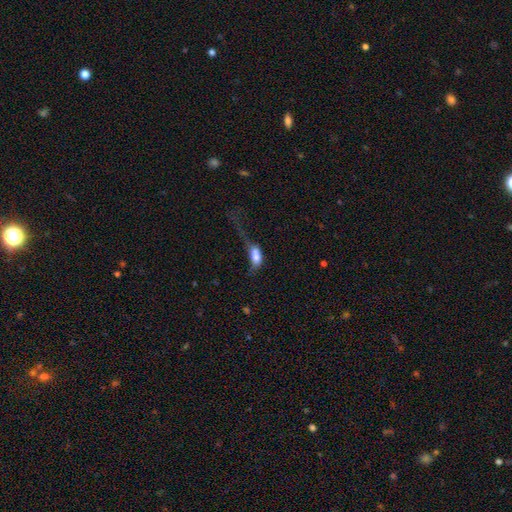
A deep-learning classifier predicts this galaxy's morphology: Smooth or featured?
  - smooth: 71% *
  - featured or disk: 20%
  - star or artifact: 9%
How rounded?
  - in between: 85% *
  - cigar-shaped: 10%
  - round: 5%
Merging?
  - major disturbance: 59% *
  - none: 15%
  - minor disturbance: 14%
  - merger: 12%